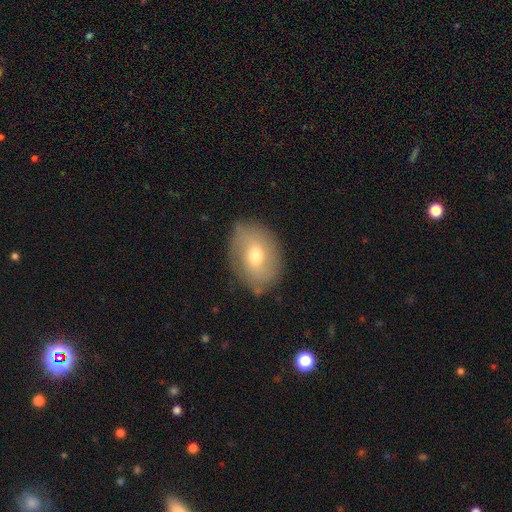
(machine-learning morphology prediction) Smooth or featured: smooth — 54% (featured or disk — 37%)
How rounded: in between — 75% (round — 24%)
Merging: none — 80% (minor disturbance — 15%)